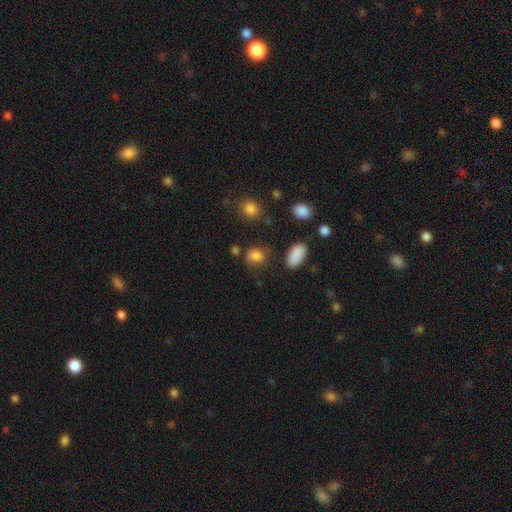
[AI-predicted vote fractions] Overall: smooth (82%). How rounded: in between (51%; round 47%). Merging: none (69%).